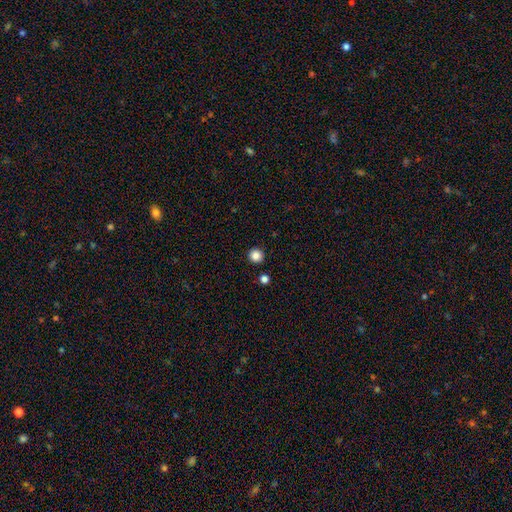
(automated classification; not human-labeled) Smooth or featured?
  - smooth: 86% *
  - star or artifact: 11%
  - featured or disk: 4%
How rounded?
  - round: 93% *
  - in between: 6%
  - cigar-shaped: 1%
Merging?
  - none: 91% *
  - minor disturbance: 5%
  - merger: 2%
  - major disturbance: 2%